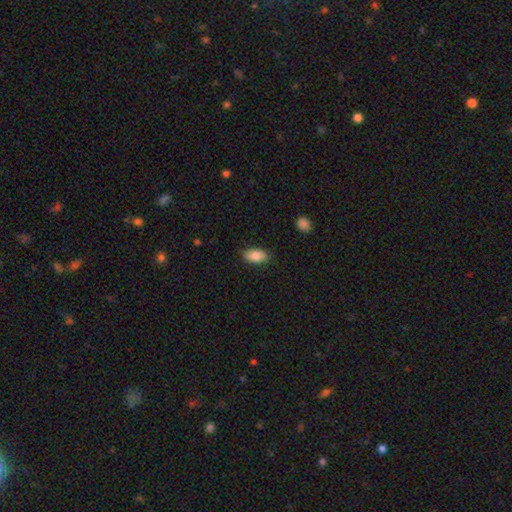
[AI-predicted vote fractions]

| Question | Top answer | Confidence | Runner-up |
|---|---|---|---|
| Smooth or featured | smooth | 82% | featured or disk (11%) |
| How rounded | in between | 92% | round (4%) |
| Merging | none | 85% | minor disturbance (12%) |